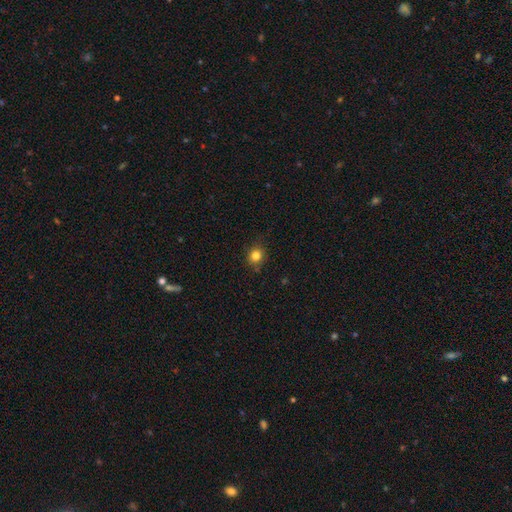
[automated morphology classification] Q: Smooth or featured?
A: smooth (82%); runner-up: star or artifact (13%)
Q: How rounded?
A: round (83%); runner-up: in between (16%)
Q: Merging?
A: none (85%); runner-up: minor disturbance (11%)